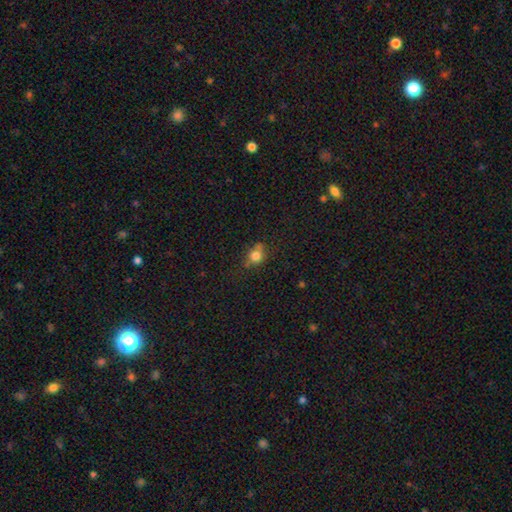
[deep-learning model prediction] Smooth or featured? Predicted: smooth (p=0.76). How rounded? Predicted: round (p=0.71). Merging? Predicted: none (p=0.61).